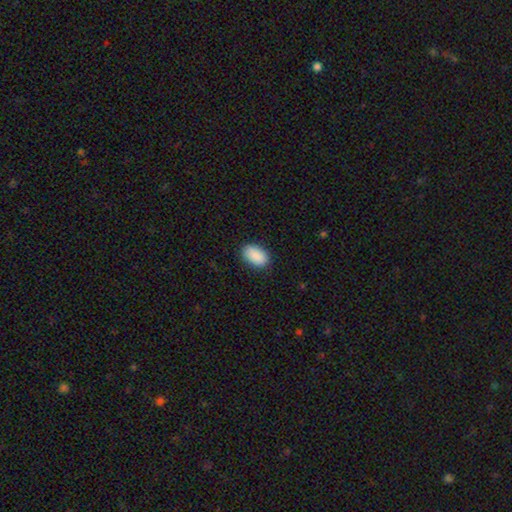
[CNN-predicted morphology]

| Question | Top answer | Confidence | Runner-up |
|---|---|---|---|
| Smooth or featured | smooth | 91% | star or artifact (6%) |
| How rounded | in between | 93% | round (6%) |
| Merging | none | 88% | minor disturbance (9%) |